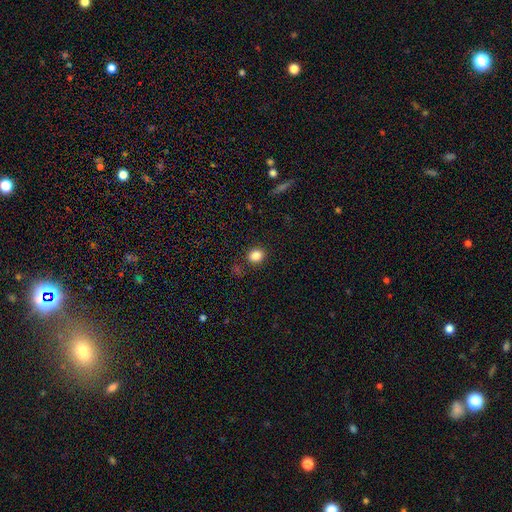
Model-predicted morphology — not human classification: Smooth or featured? smooth (84%)
How rounded? round (69%)
Merging? none (86%)